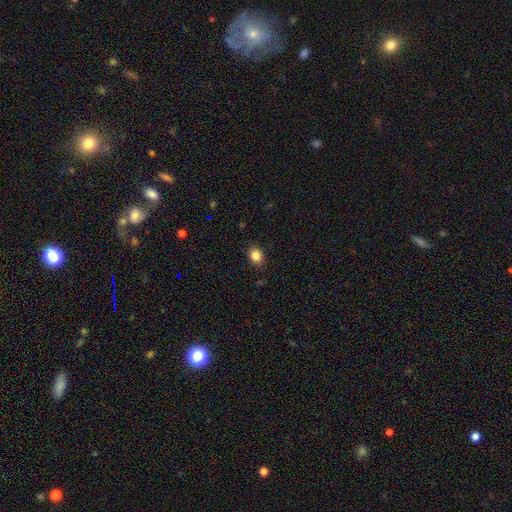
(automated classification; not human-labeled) Smooth or featured: smooth — 86% (star or artifact — 10%)
How rounded: in between — 53% (round — 46%)
Merging: none — 89% (minor disturbance — 8%)